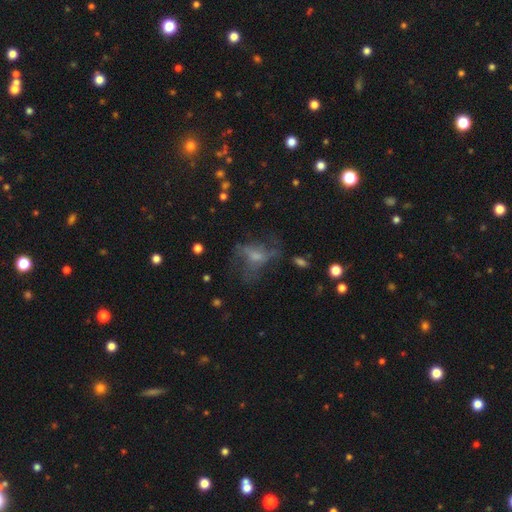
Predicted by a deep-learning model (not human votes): smooth_or_featured: featured or disk (p=0.48) [alt: smooth p=0.33]
merging: none (p=0.42) [alt: major disturbance p=0.37]